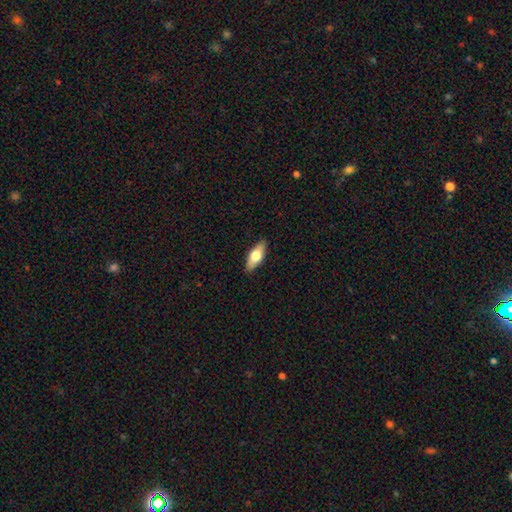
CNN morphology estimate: Smooth or featured: smooth — 62% (featured or disk — 32%)
How rounded: in between — 71% (cigar-shaped — 26%)
Merging: none — 89% (minor disturbance — 9%)